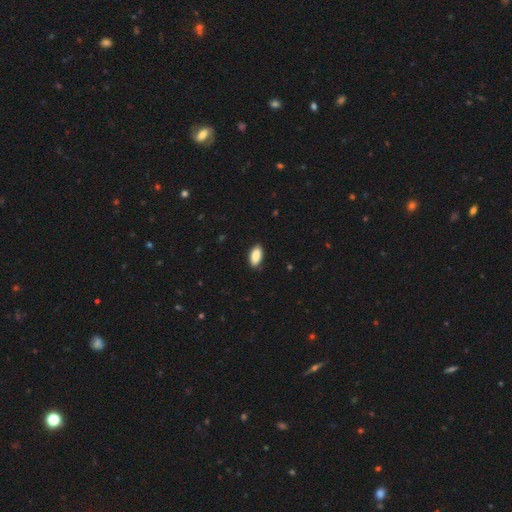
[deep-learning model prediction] smooth_or_featured: smooth (p=0.89) [alt: star or artifact p=0.06]
how_rounded: in between (p=0.93) [alt: cigar-shaped p=0.04]
merging: none (p=0.87) [alt: minor disturbance p=0.10]